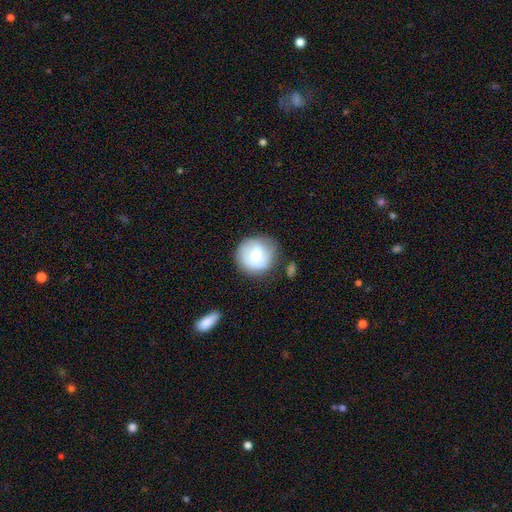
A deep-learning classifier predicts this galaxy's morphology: This is possibly a smooth galaxy (60%). How rounded: clearly round (91%). Merging: likely none (73%).